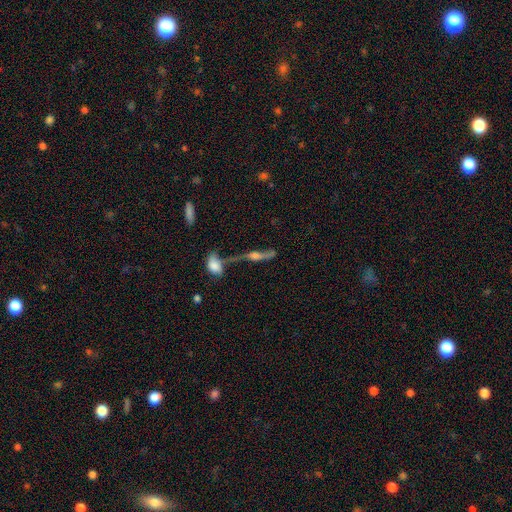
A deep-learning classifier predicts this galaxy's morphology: smooth-or-featured: featured or disk: 73% | smooth: 15% | star or artifact: 11%
  disk-edge-on: yes: 80% | no: 20%
    edge-on-bulge: rounded: 88% | boxy: 7% | none: 5%
  merging: none: 54% | merger: 21% | minor disturbance: 15% | major disturbance: 10%